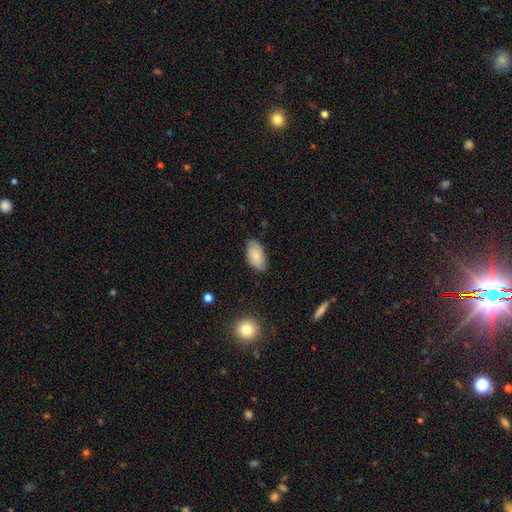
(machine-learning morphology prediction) Smooth or featured? smooth (75%)
How rounded? in between (94%)
Merging? none (76%)